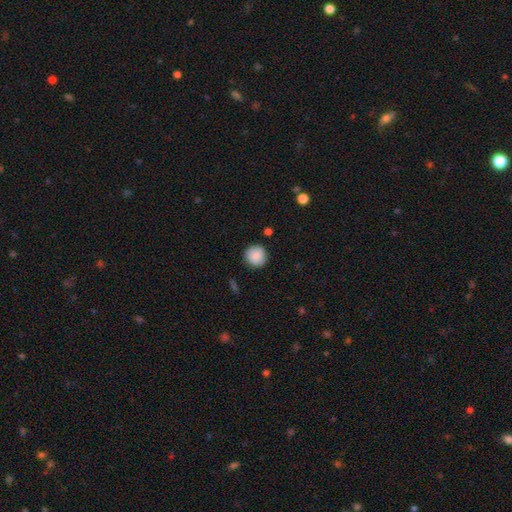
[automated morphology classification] type=smooth (87%); roundness=round (94%); merging=none (87%).